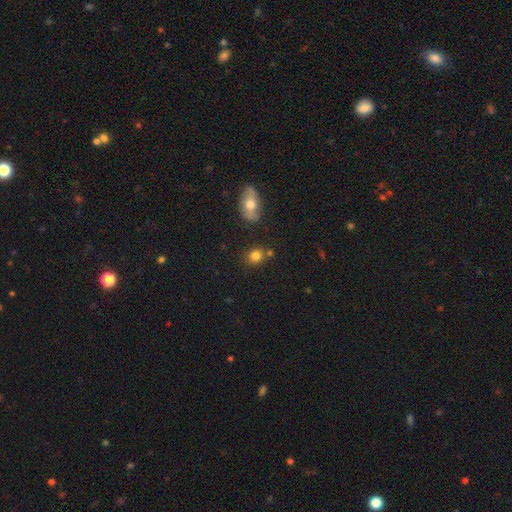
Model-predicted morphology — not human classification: A smooth galaxy with no disk features (81%) that is round (67%). Merging: none (76%).